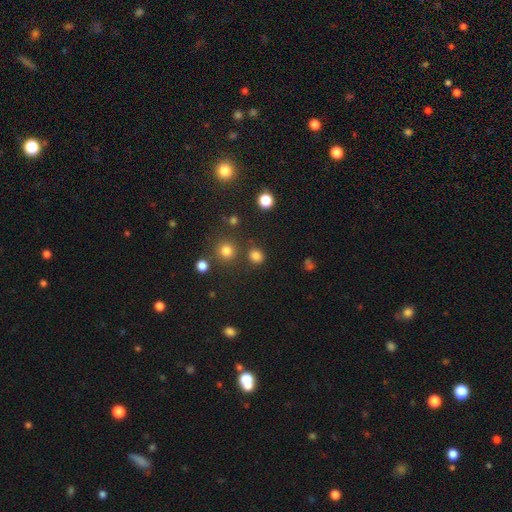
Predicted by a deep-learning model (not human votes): The model was most divided on "how rounded": round: 74%, in between: 25%, cigar-shaped: 1%. More confident: merging — none (80%); smooth or featured — smooth (79%).